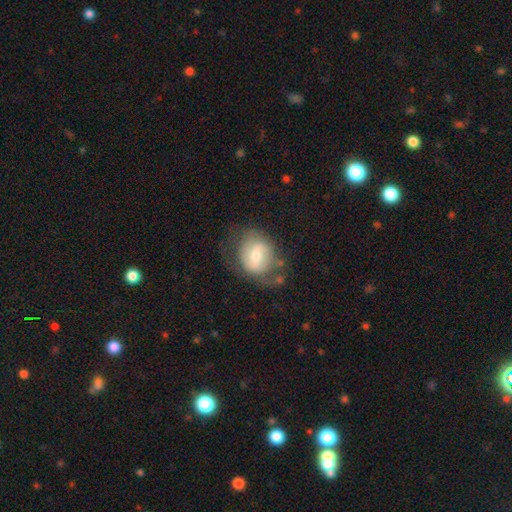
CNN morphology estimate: featured or disk 47%, smooth 46%, star or artifact 7%. Down the decision tree: merging — none (55%).